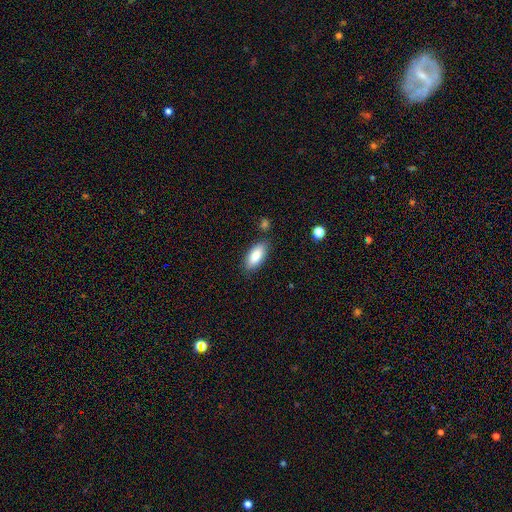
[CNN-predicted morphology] This appears to be a smooth galaxy with no disk features (86%) that is in between round and cigar-shaped (86%). Merging: none (82%).